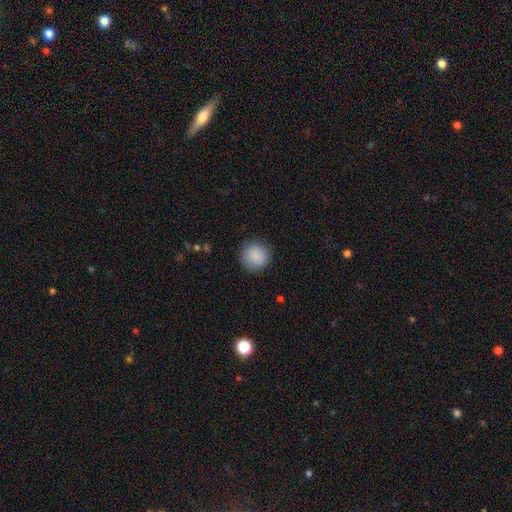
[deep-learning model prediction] The model was most divided on "merging": none: 87%, minor disturbance: 9%, major disturbance: 3%, merger: 1%. More confident: how rounded — round (93%); smooth or featured — smooth (89%).